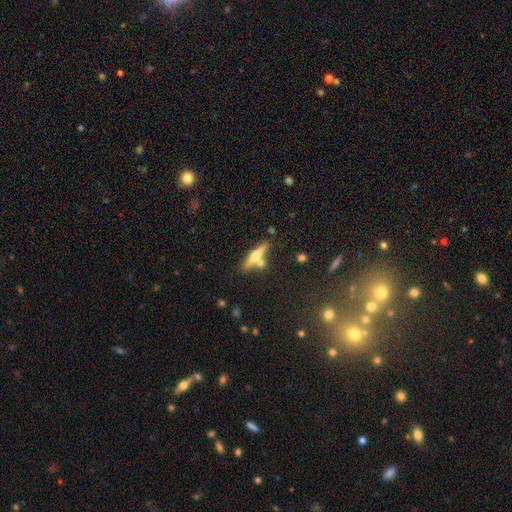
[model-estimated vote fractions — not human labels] featured or disk 47%, smooth 45%, star or artifact 8%. Down the decision tree: merging — none (70%).